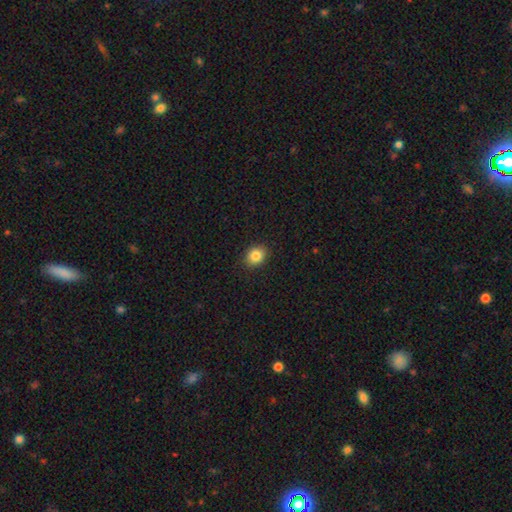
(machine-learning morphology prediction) This appears to be a smooth galaxy with no disk features (84%) that is round (56%). Merging: none (89%).